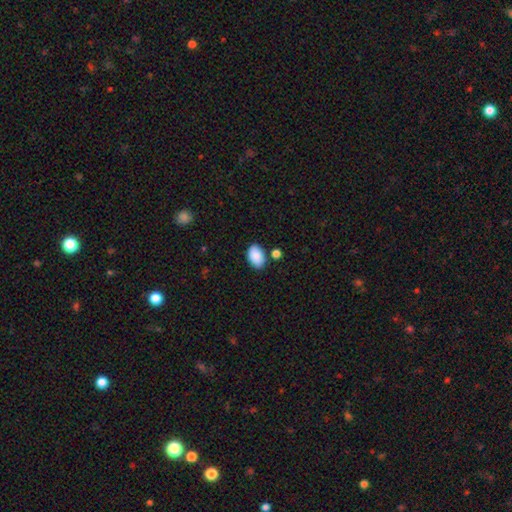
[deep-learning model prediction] Smooth or featured?
  - smooth: 89% *
  - star or artifact: 7%
  - featured or disk: 5%
How rounded?
  - in between: 90% *
  - round: 9%
  - cigar-shaped: 1%
Merging?
  - none: 79% *
  - minor disturbance: 12%
  - merger: 6%
  - major disturbance: 3%